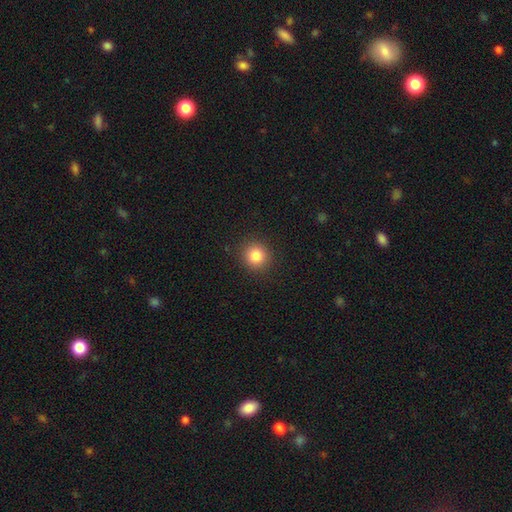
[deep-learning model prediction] This appears to be a smooth galaxy with no disk features (84%) that is round (91%). Merging: none (91%).